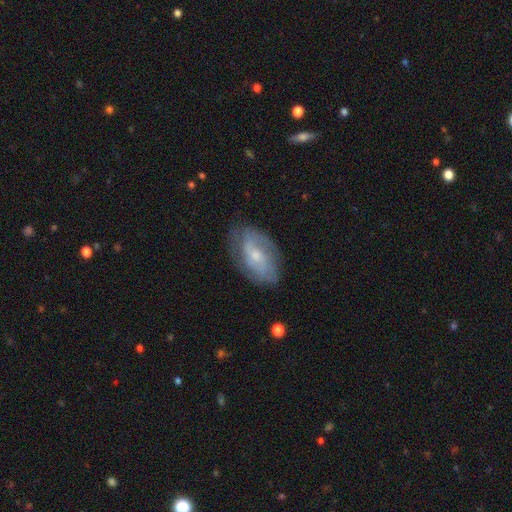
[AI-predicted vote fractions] A featured or disk galaxy (63%) with no bar (60%), spiral arms (80%) and a small central bulge (54%).

Vote fractions:
- Smooth or featured? featured or disk: 63% / smooth: 30% / star or artifact: 7%
- Edge-on disk? no: 94% / yes: 6%
- Bar? no: 60% / weak: 34% / strong: 7%
- Spiral arms? yes: 80% / no: 20%
- Bulge size? small: 54% / moderate: 39% / none: 3% / large: 2% / dominant: 1%
- Merging? none: 69% / minor disturbance: 22% / major disturbance: 8% / merger: 1%